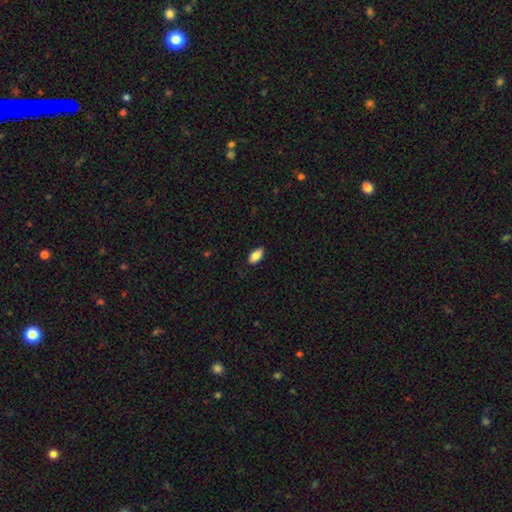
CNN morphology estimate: smooth_or_featured: smooth (p=0.85) [alt: featured or disk p=0.08]
how_rounded: in between (p=0.93) [alt: cigar-shaped p=0.04]
merging: none (p=0.86) [alt: minor disturbance p=0.11]